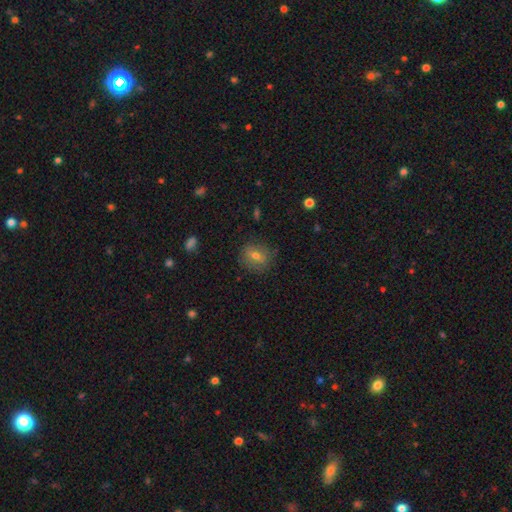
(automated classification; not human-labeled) Q: Smooth or featured?
A: smooth (69%); runner-up: featured or disk (20%)
Q: How rounded?
A: round (68%); runner-up: in between (31%)
Q: Merging?
A: none (81%); runner-up: minor disturbance (13%)